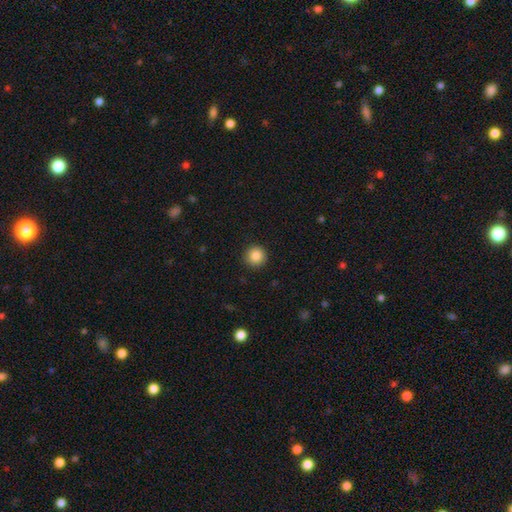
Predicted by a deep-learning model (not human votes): A smooth galaxy with no disk features (86%) that is round (95%).

Vote fractions:
- Smooth or featured? smooth: 86% / star or artifact: 10% / featured or disk: 4%
- How rounded? round: 95% / in between: 4% / cigar-shaped: 1%
- Merging? none: 91% / minor disturbance: 6% / major disturbance: 2% / merger: 1%